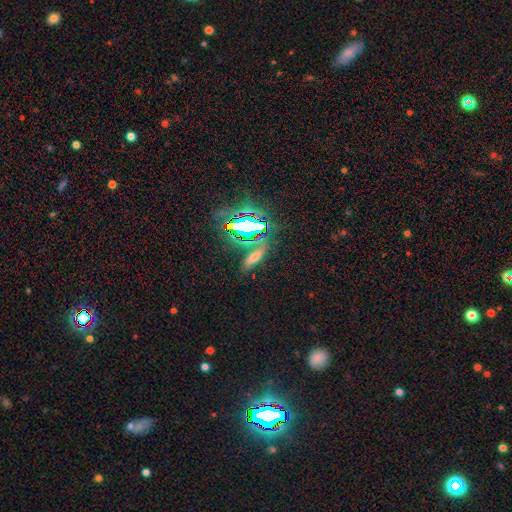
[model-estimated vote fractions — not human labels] Morphology: type=smooth (46%); merging=none (67%).